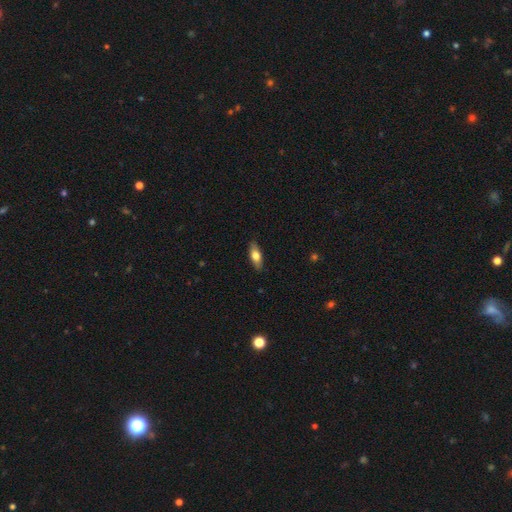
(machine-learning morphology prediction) Overall: smooth (69%). How rounded: in between (72%). Merging: none (87%).